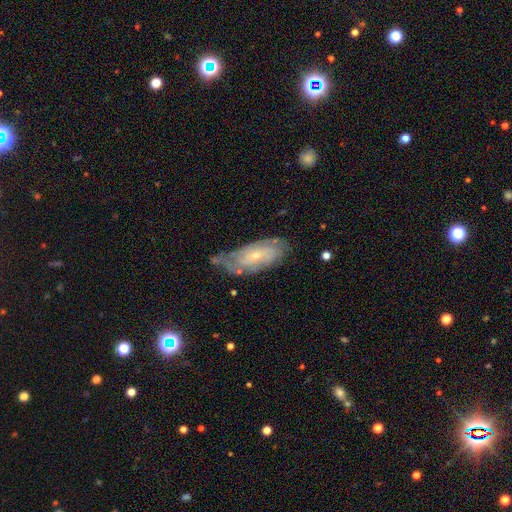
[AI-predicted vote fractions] The model was most divided on "merging": none: 49%, minor disturbance: 33%, major disturbance: 14%, merger: 4%. More confident: edge-on disk — no (89%); spiral arms — yes (76%); bulge size — small (71%); smooth or featured — featured or disk (66%); bar — no (65%).